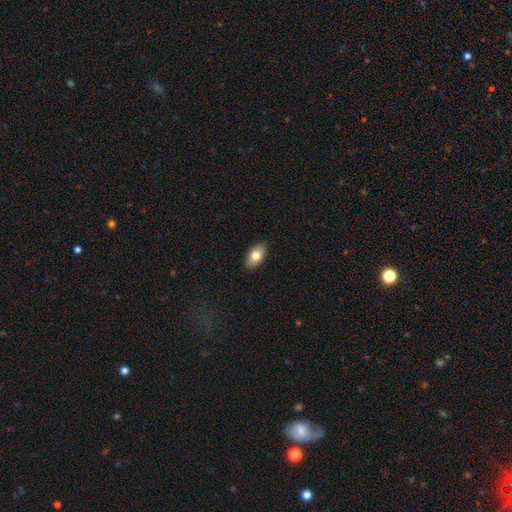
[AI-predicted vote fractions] Smooth or featured: smooth — 77% (featured or disk — 16%)
How rounded: in between — 92% (round — 5%)
Merging: none — 89% (minor disturbance — 9%)